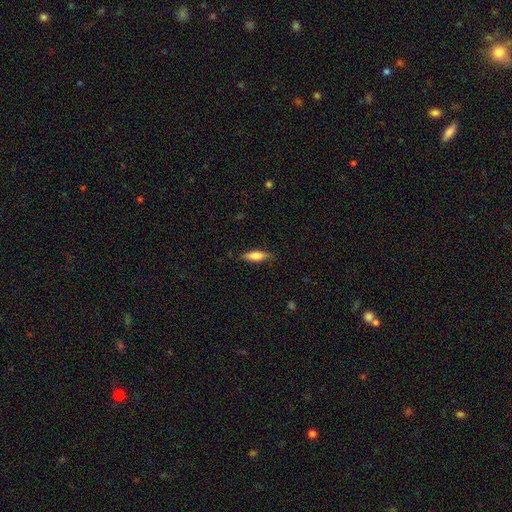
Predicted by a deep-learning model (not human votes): smooth-or-featured: smooth: 75% | featured or disk: 18% | star or artifact: 6%
  how-rounded: cigar-shaped: 50% | in between: 48% | round: 2%
  merging: none: 82% | minor disturbance: 14% | major disturbance: 3% | merger: 1%